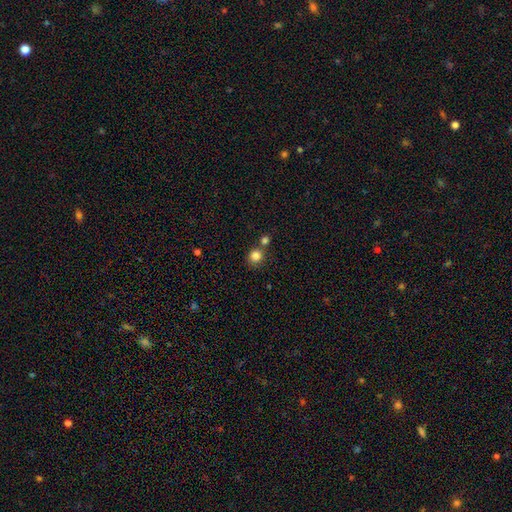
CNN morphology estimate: A smooth galaxy with no disk features (83%) that is round (87%). Merging: none (66%).